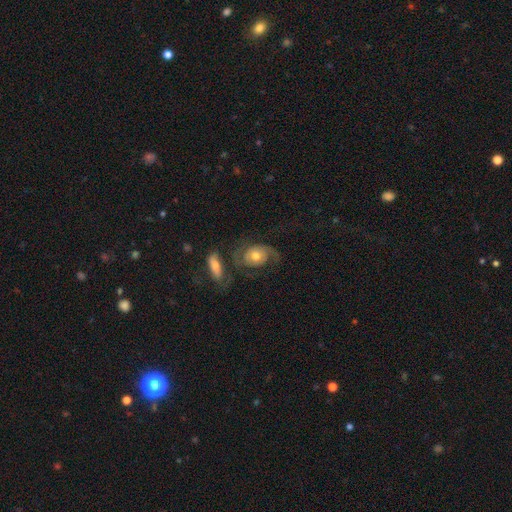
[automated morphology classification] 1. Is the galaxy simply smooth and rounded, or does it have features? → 69% featured or disk, 24% smooth, 7% star or artifact.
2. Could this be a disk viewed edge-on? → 96% no, 4% yes.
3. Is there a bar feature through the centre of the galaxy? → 79% no, 18% weak, 4% strong.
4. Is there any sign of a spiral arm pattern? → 89% yes, 11% no.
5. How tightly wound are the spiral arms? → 41% medium, 31% loose, 28% tight.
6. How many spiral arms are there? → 67% 2, 19% 1, 9% can't tell, 2% 3, 1% 4, 1% more than 4.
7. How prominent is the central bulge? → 67% moderate, 16% small, 13% large, 2% dominant, 2% none.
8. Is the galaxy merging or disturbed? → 45% none, 23% major disturbance, 19% minor disturbance, 13% merger.